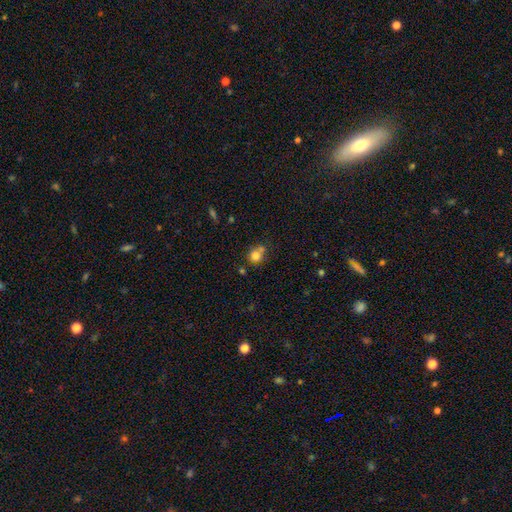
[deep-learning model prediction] smooth-or-featured: smooth: 78% | star or artifact: 12% | featured or disk: 10%
  how-rounded: round: 83% | in between: 16% | cigar-shaped: 1%
  merging: none: 50% | merger: 31% | minor disturbance: 14% | major disturbance: 5%